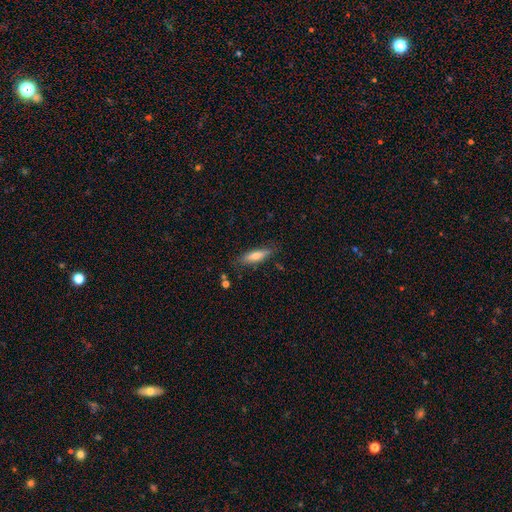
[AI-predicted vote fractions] Smooth or featured: smooth — 65% (featured or disk — 28%)
How rounded: cigar-shaped — 67% (in between — 31%)
Merging: none — 82% (minor disturbance — 14%)